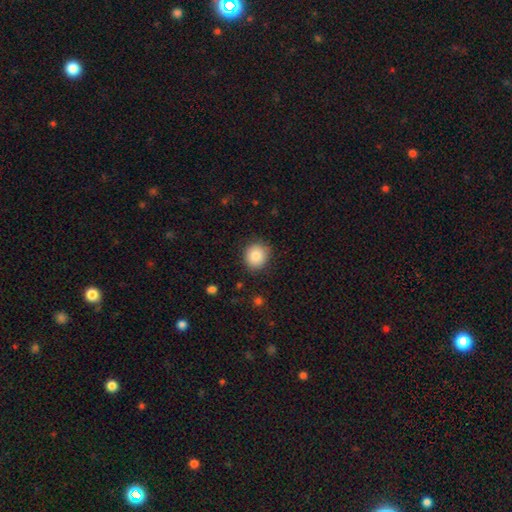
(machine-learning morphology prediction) Smooth or featured? Predicted: smooth (p=0.86). How rounded? Predicted: round (p=0.85). Merging? Predicted: none (p=0.87).